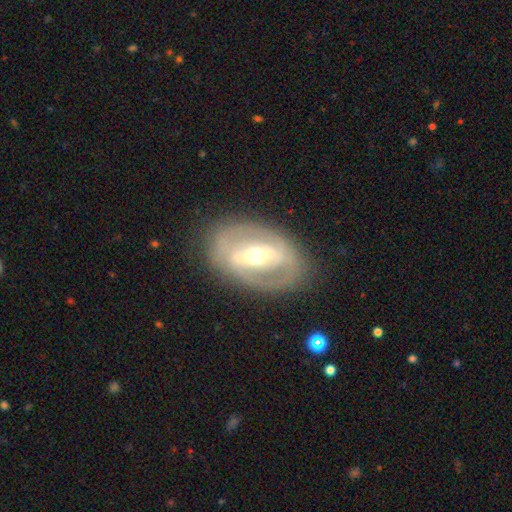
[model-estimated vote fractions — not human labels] smooth-or-featured: featured or disk: 77% | smooth: 17% | star or artifact: 6%
  disk-edge-on: no: 92% | yes: 8%
    bar: strong: 59% | weak: 27% | no: 14%
    has-spiral-arms: yes: 54% | no: 46%
    bulge-size: moderate: 64% | small: 28% | large: 6% | dominant: 1% | none: 1%
  merging: none: 78% | minor disturbance: 14% | major disturbance: 7% | merger: 1%